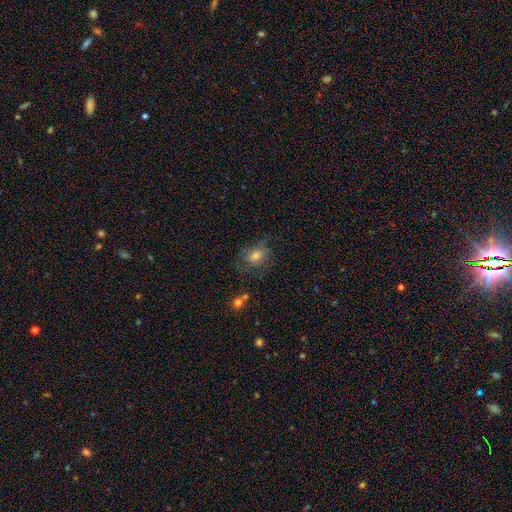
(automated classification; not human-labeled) Q: Smooth or featured?
A: featured or disk (44%); runner-up: smooth (38%)
Q: Merging?
A: none (58%); runner-up: minor disturbance (22%)